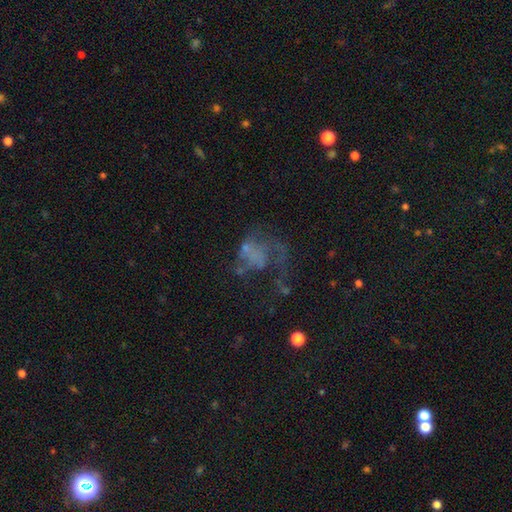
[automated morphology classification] Smooth or featured?
  - featured or disk: 54% *
  - smooth: 27%
  - star or artifact: 19%
Edge-on disk?
  - no: 98% *
  - yes: 2%
Bar?
  - no: 87% *
  - weak: 10%
  - strong: 2%
Spiral arms?
  - no: 68% *
  - yes: 32%
Bulge size?
  - none: 75% *
  - small: 14%
  - moderate: 7%
  - large: 3%
  - dominant: 1%
Merging?
  - major disturbance: 51% *
  - none: 27%
  - minor disturbance: 14%
  - merger: 9%